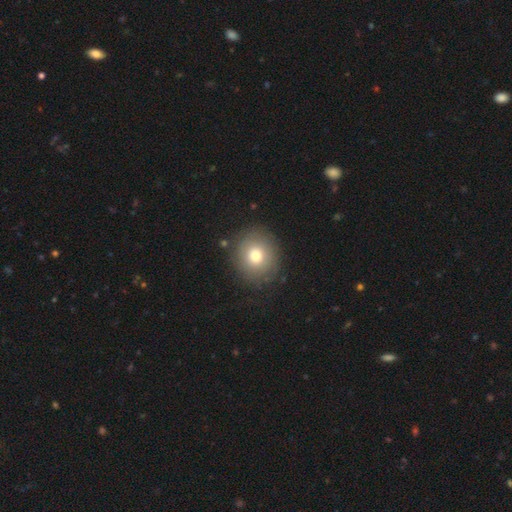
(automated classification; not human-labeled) This appears to be a smooth galaxy with no disk features (72%) that is round (86%). Merging: none (84%).